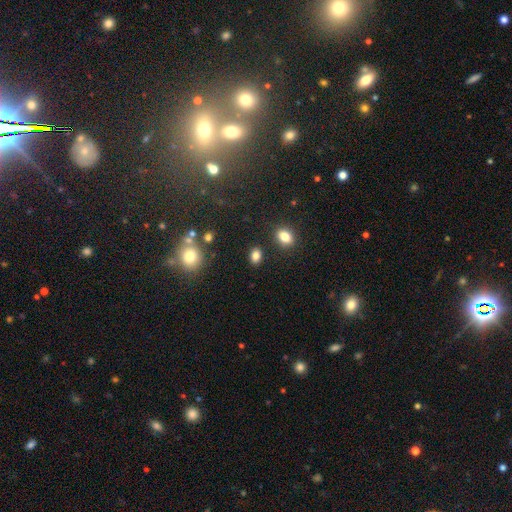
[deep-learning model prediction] A smooth galaxy with no disk features (83%) that is in between round and cigar-shaped (70%). Merging: none (84%).